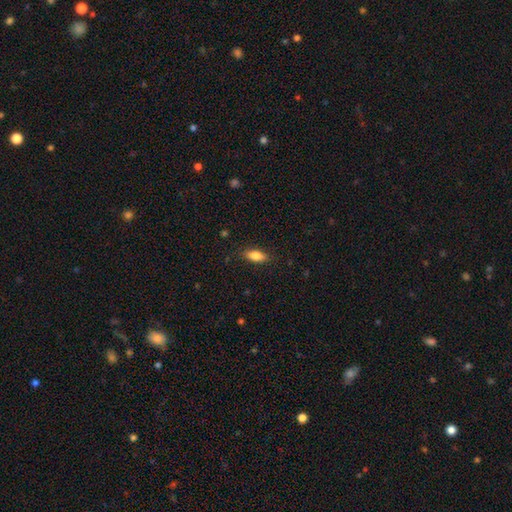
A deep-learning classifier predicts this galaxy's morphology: smooth-or-featured: smooth: 82% | featured or disk: 11% | star or artifact: 7%
  how-rounded: in between: 80% | cigar-shaped: 18% | round: 3%
  merging: none: 86% | minor disturbance: 11% | major disturbance: 2% | merger: 1%